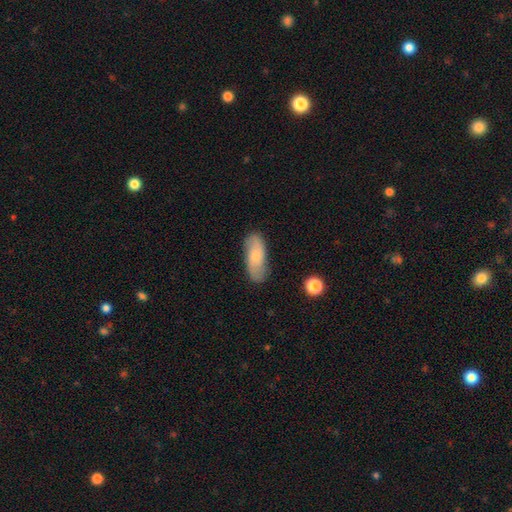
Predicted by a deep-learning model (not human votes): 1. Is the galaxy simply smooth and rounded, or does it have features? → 60% smooth, 33% featured or disk, 7% star or artifact.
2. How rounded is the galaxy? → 76% in between, 22% cigar-shaped, 3% round.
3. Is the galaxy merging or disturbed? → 80% none, 15% minor disturbance, 3% major disturbance, 2% merger.